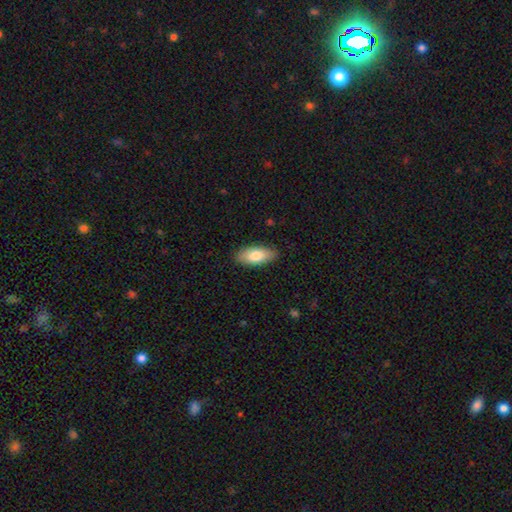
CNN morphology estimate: Smooth or featured? Predicted: smooth (p=0.78). How rounded? Predicted: in between (p=0.88). Merging? Predicted: none (p=0.88).